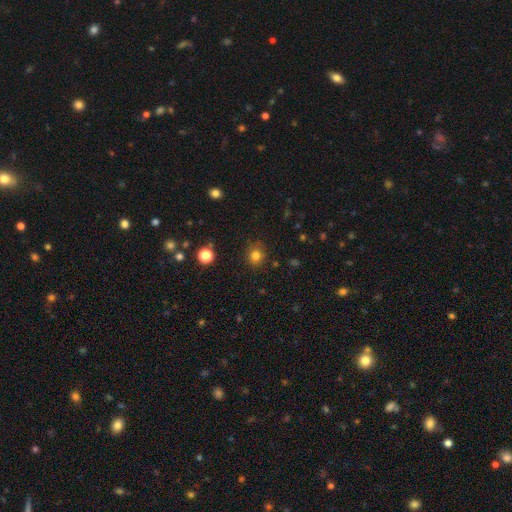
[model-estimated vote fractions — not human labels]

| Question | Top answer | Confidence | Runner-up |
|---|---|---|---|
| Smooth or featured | smooth | 80% | star or artifact (14%) |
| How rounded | round | 88% | in between (11%) |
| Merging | none | 87% | minor disturbance (9%) |